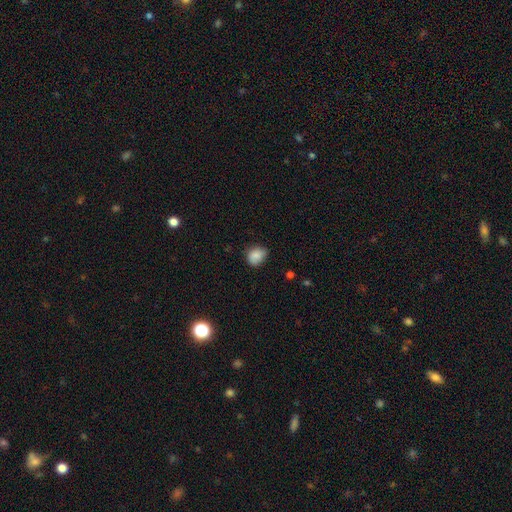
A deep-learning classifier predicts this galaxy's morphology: type=smooth (86%); roundness=round (52%); merging=none (65%).